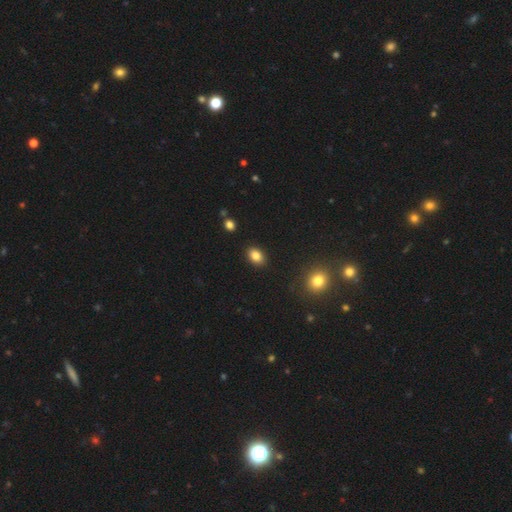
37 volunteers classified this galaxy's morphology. Overall: smooth (92%). How rounded: in between (85%). Merging: none (83%).